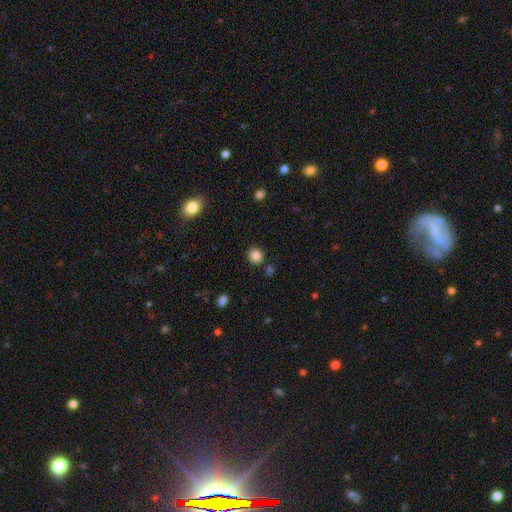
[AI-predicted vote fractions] Smooth or featured?
  - smooth: 85% *
  - star or artifact: 11%
  - featured or disk: 4%
How rounded?
  - round: 83% *
  - in between: 16%
  - cigar-shaped: 1%
Merging?
  - none: 85% *
  - minor disturbance: 8%
  - merger: 4%
  - major disturbance: 3%